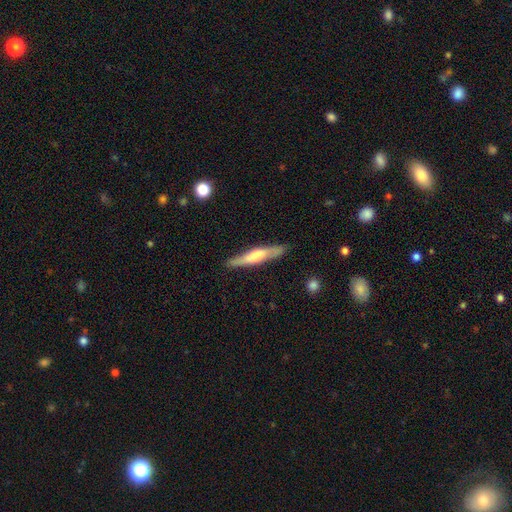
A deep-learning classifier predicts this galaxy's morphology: Q: Smooth or featured?
A: smooth (49%); runner-up: featured or disk (45%)
Q: Merging?
A: none (84%); runner-up: minor disturbance (12%)